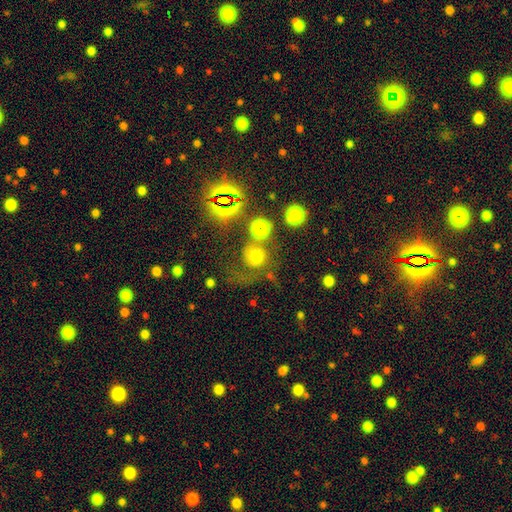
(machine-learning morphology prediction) smooth-or-featured: smooth: 55% | star or artifact: 23% | featured or disk: 22%
  how-rounded: round: 83% | in between: 15% | cigar-shaped: 1%
  merging: none: 47% | major disturbance: 24% | minor disturbance: 15% | merger: 14%